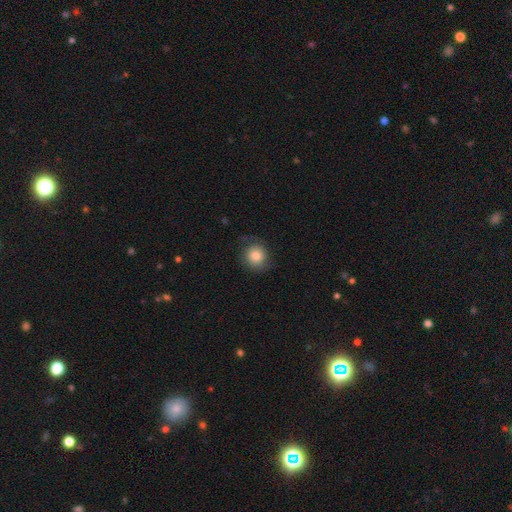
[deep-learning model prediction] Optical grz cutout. It shows a smooth galaxy with no disk features (77%) that is round (84%). Merging: none (71%).